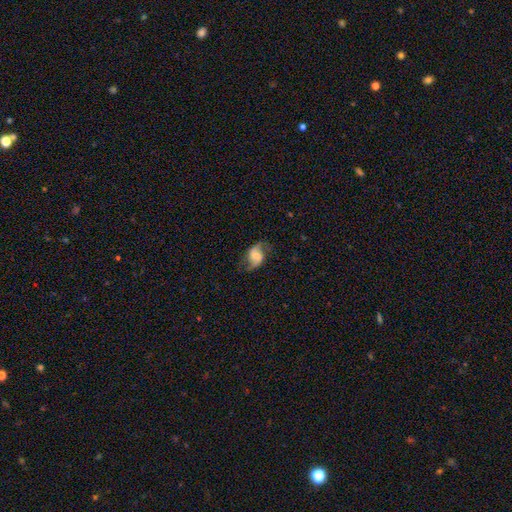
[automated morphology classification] Overall: featured or disk (70%). Edge-on disk: no (97%). Bar: no (49%; weak 38%). Spiral arms: yes (93%). Spiral arm count: 2 (91%). Spiral winding: loose (63%; medium 29%). Bulge size: small (34%; moderate 33%). Merging: none (71%).